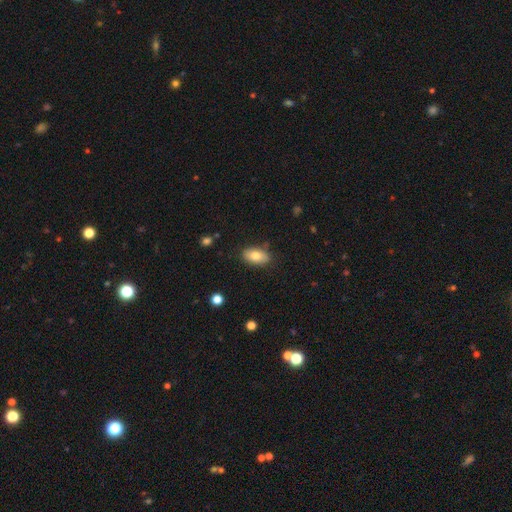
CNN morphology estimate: A smooth galaxy with no disk features (78%) that is in between round and cigar-shaped (91%). Merging: none (84%).